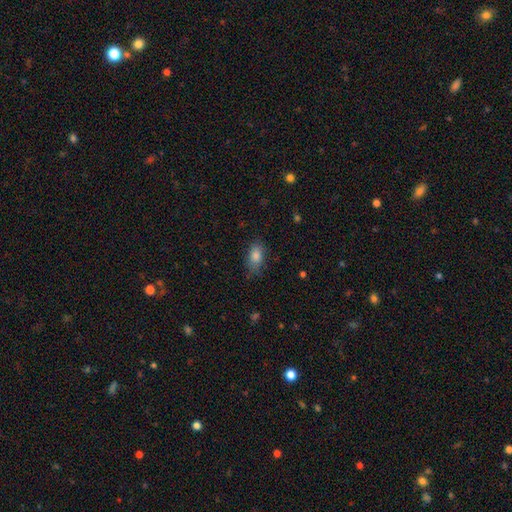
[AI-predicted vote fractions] smooth-or-featured: smooth: 83% | star or artifact: 9% | featured or disk: 8%
  how-rounded: in between: 87% | round: 7% | cigar-shaped: 6%
  merging: none: 77% | minor disturbance: 17% | major disturbance: 5% | merger: 1%